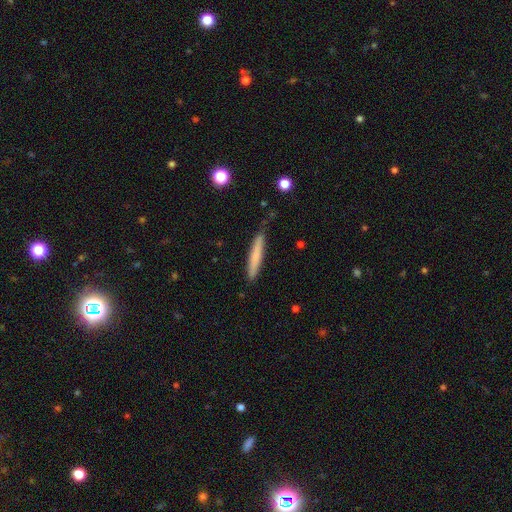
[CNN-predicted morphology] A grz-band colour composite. It shows a smooth galaxy with no disk features (73%) that is cigar-shaped (94%). Merging: none (79%).